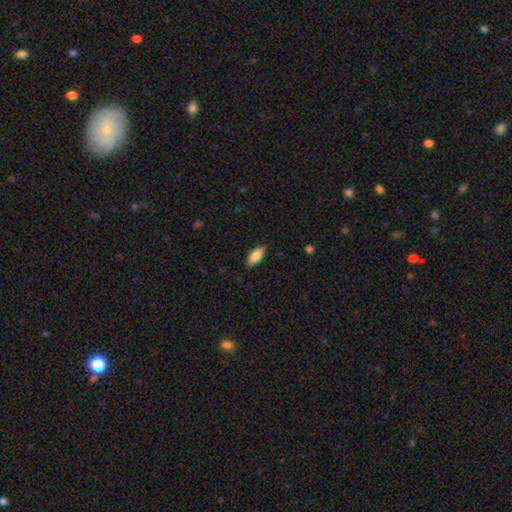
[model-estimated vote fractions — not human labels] Smooth or featured: smooth — 80% (featured or disk — 14%)
How rounded: in between — 82% (cigar-shaped — 16%)
Merging: none — 85% (minor disturbance — 11%)